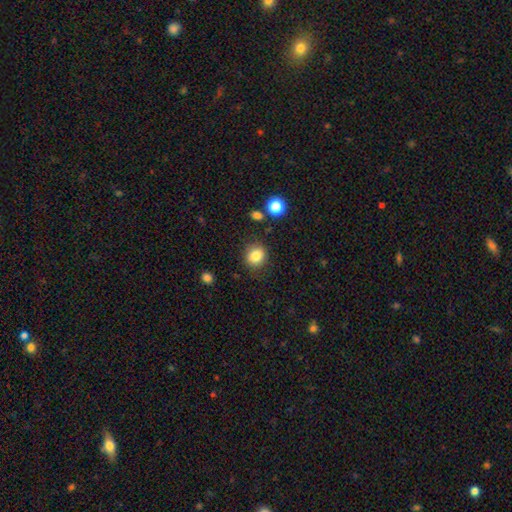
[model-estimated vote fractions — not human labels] Overall: smooth (83%). How rounded: round (82%). Merging: none (85%).